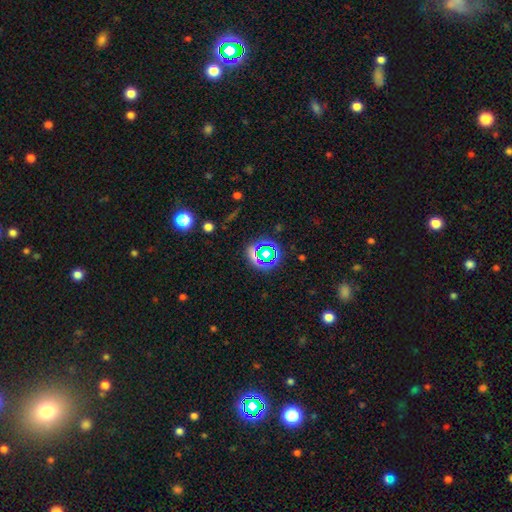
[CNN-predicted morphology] A star or artifact, not a galaxy (59%).

Vote fractions:
- Smooth or featured? star or artifact: 59% / smooth: 28% / featured or disk: 13%